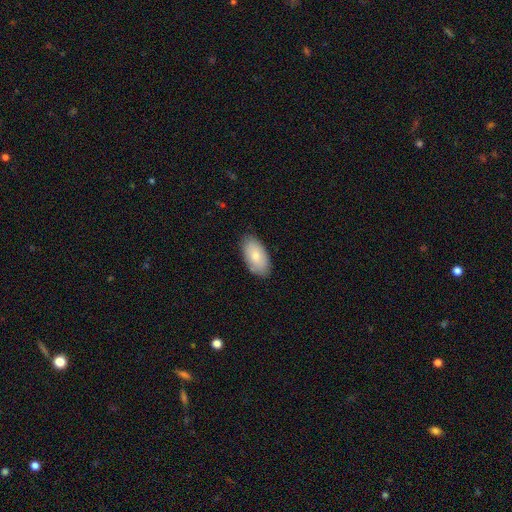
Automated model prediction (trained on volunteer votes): This appears to be a smooth galaxy with no disk features (76%) that is in between round and cigar-shaped (94%). Merging: none (84%).